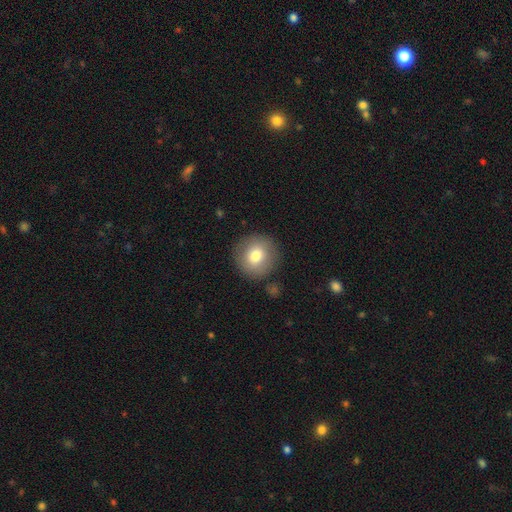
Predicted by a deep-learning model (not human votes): Smooth or featured? smooth (78%)
How rounded? round (93%)
Merging? none (87%)